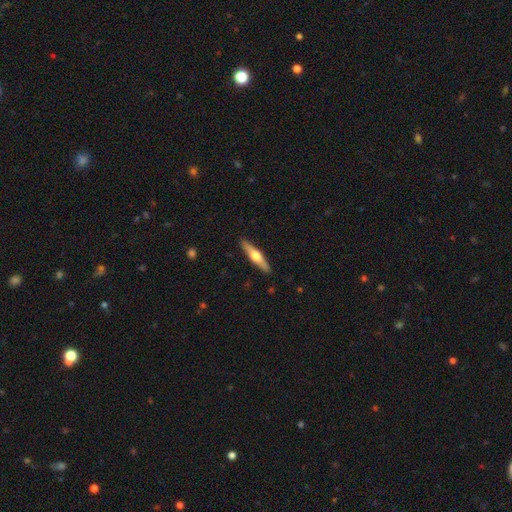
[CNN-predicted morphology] smooth_or_featured: featured or disk (p=0.59) [alt: smooth p=0.36]
disk_edge_on: yes (p=0.96) [alt: no p=0.04]
edge_on_bulge: rounded (p=0.94) [alt: boxy p=0.03]
merging: none (p=0.91) [alt: minor disturbance p=0.07]